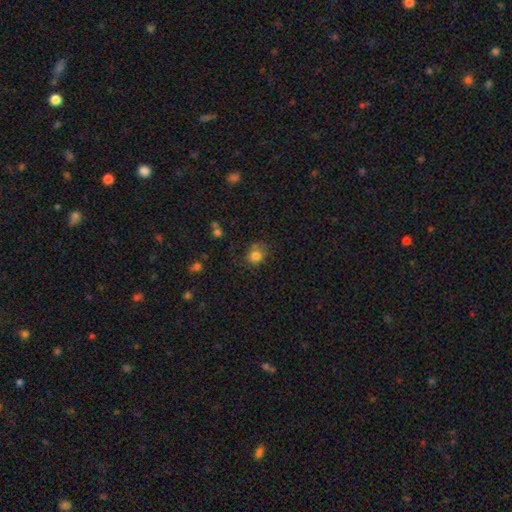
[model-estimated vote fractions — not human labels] Morphology: type=smooth (80%); roundness=round (70%); merging=none (61%).